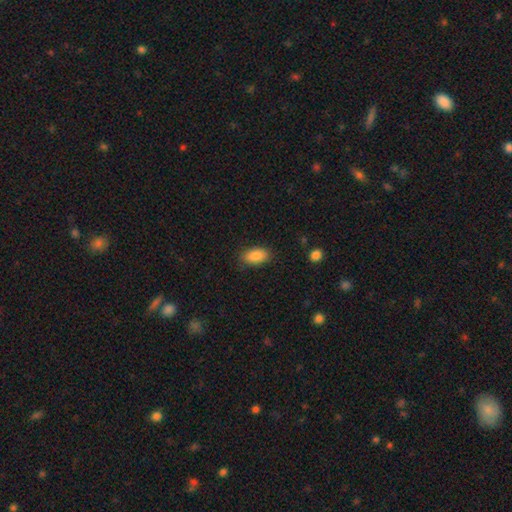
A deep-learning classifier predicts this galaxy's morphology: This is clearly a smooth galaxy (87%). How rounded: clearly in between (91%). Merging: clearly none (84%).